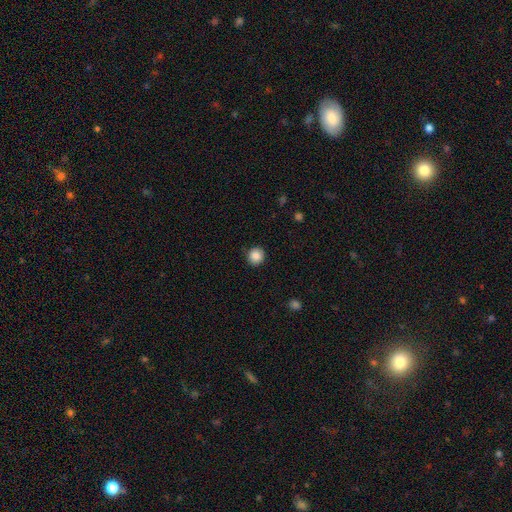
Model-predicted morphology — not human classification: This appears to be a smooth galaxy with no disk features (87%) that is round (93%). Merging: none (90%).